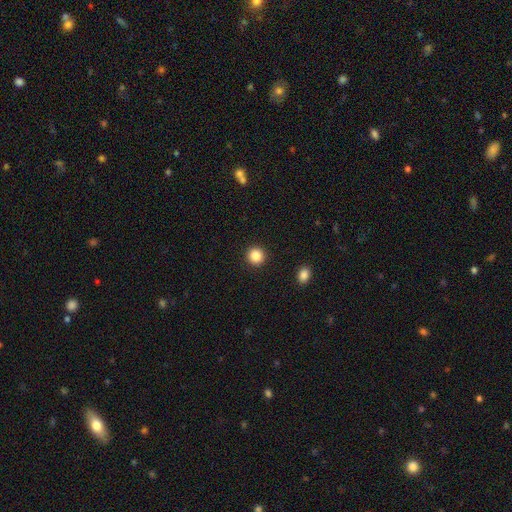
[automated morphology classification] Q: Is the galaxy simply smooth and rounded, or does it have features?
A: smooth — 86%.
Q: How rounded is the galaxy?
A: round — 94%.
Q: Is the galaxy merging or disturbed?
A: none — 93%.